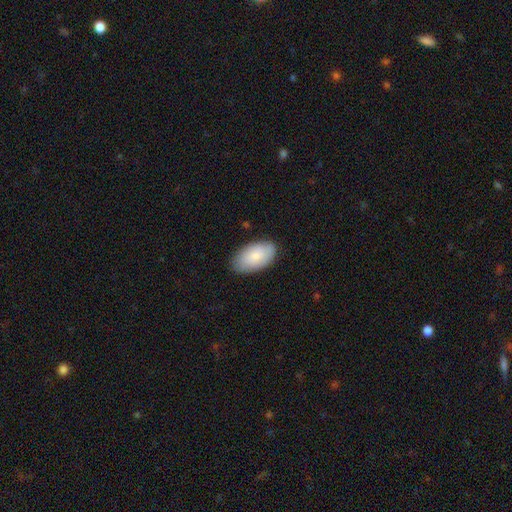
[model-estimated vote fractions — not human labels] This is likely a smooth galaxy (79%). How rounded: clearly in between (95%). Merging: clearly none (83%).